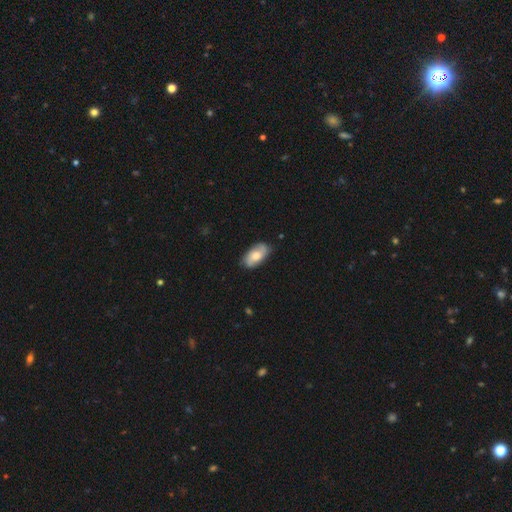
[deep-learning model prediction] A smooth galaxy with no disk features (64%) that is in between round and cigar-shaped (93%). Merging: none (80%).